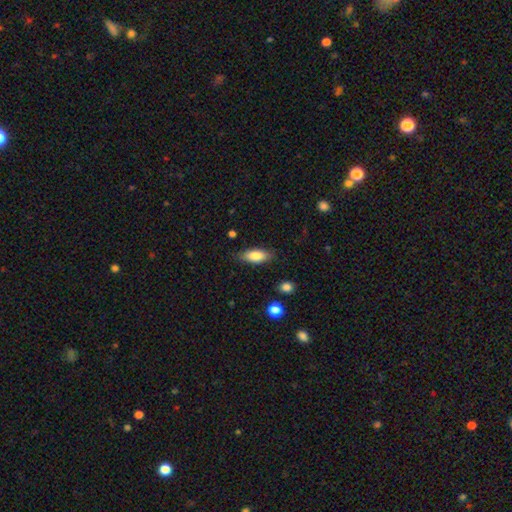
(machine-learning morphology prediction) A smooth galaxy with no disk features (81%) that is in between round and cigar-shaped (80%). Merging: none (83%).